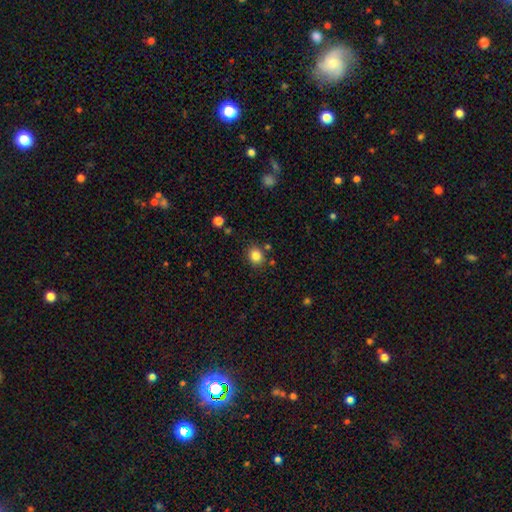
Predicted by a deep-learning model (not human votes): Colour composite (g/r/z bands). It shows a smooth galaxy with no disk features (84%) that is round (65%). Merging: none (83%).